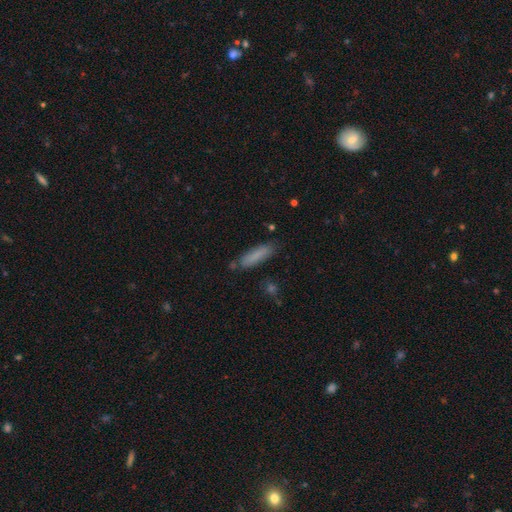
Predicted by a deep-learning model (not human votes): Q: Smooth or featured?
A: smooth (82%); runner-up: featured or disk (10%)
Q: How rounded?
A: cigar-shaped (70%); runner-up: in between (29%)
Q: Merging?
A: none (80%); runner-up: minor disturbance (13%)